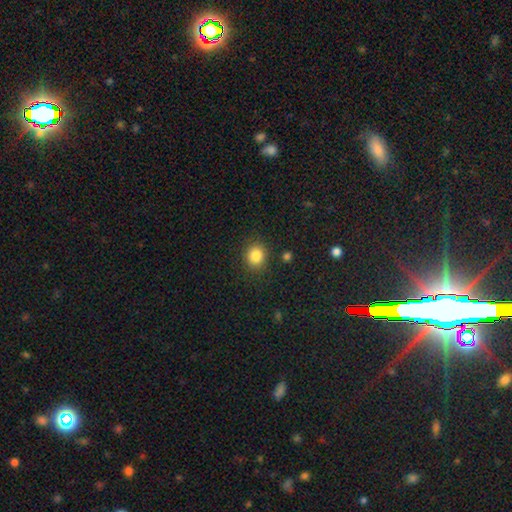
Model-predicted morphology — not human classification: Smooth or featured? smooth (85%)
How rounded? round (77%)
Merging? none (87%)